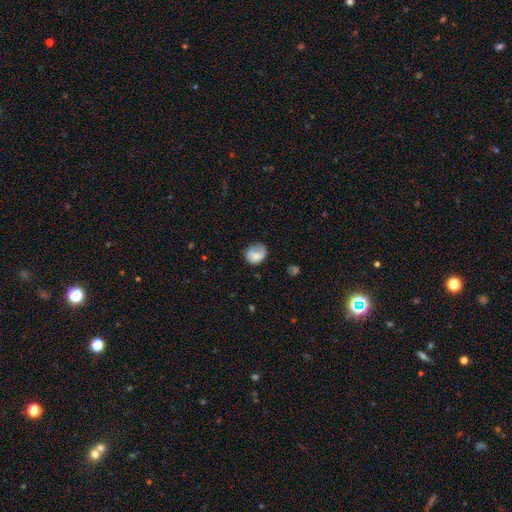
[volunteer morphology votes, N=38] Smooth or featured: smooth — 68% (featured or disk — 29%)
How rounded: round — 50% (in between — 46%)
Merging: none — 43% (minor disturbance — 38%)